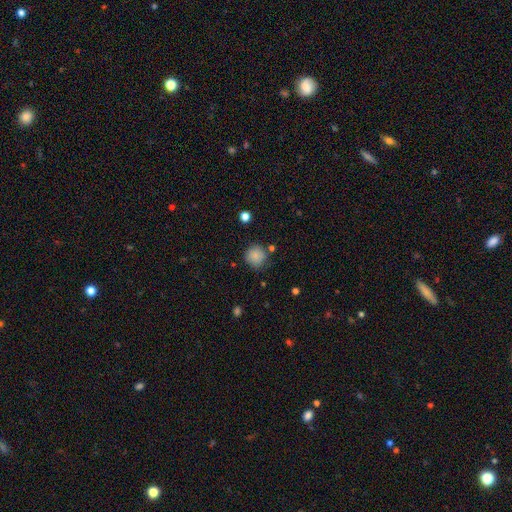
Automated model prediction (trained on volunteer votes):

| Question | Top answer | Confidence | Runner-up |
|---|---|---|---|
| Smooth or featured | smooth | 84% | star or artifact (10%) |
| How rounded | round | 92% | in between (7%) |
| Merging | none | 76% | minor disturbance (16%) |